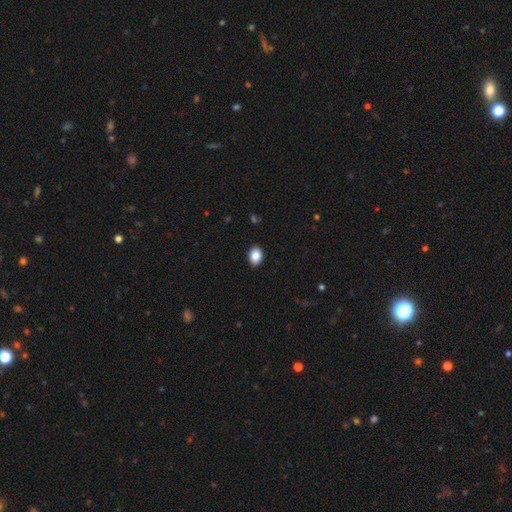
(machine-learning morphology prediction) Smooth or featured?
  - smooth: 87% *
  - star or artifact: 8%
  - featured or disk: 5%
How rounded?
  - in between: 70% *
  - round: 29%
  - cigar-shaped: 1%
Merging?
  - none: 90% *
  - minor disturbance: 7%
  - major disturbance: 2%
  - merger: 1%